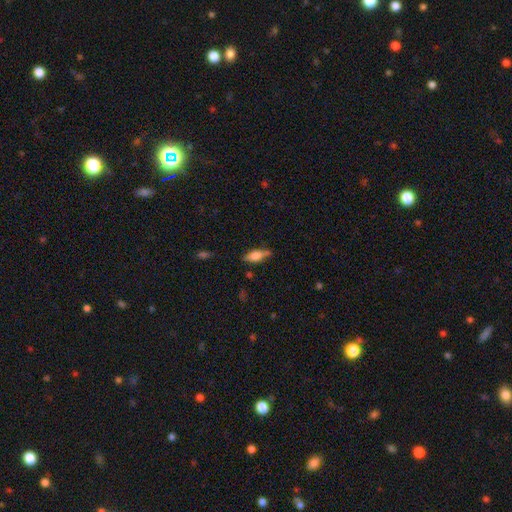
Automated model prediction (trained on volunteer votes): A smooth galaxy with no disk features (65%) that is in between round and cigar-shaped (67%). Merging: none (70%).